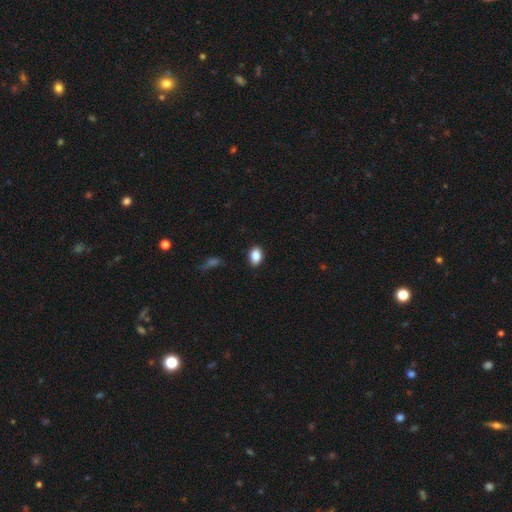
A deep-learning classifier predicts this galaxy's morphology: smooth 87%, star or artifact 8%, featured or disk 5%. Down the decision tree: how rounded — in between (81%); merging — none (88%).